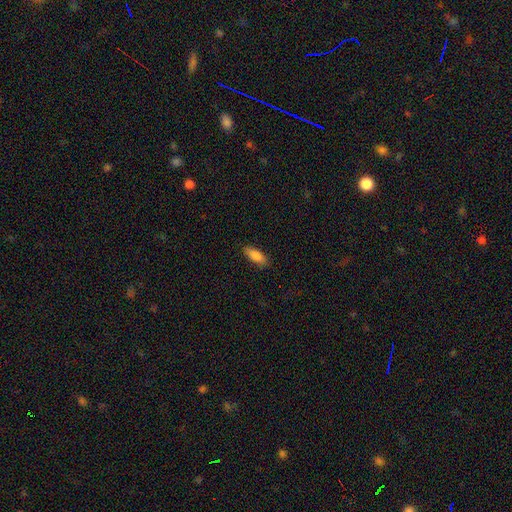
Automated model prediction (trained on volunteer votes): Morphology: type=smooth (84%); roundness=in between (71%); merging=none (86%).